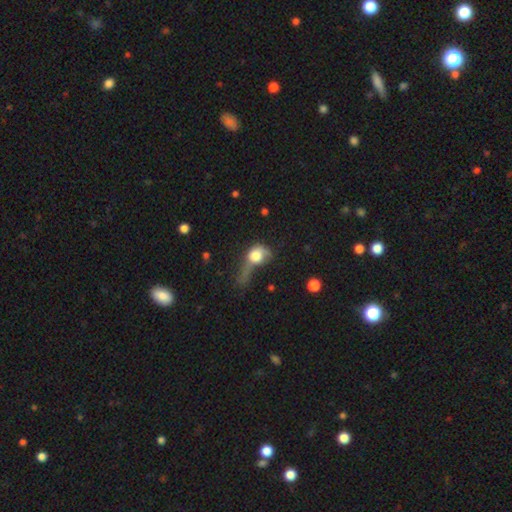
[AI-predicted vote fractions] Q: Smooth or featured?
A: smooth (68%); runner-up: featured or disk (22%)
Q: How rounded?
A: round (50%); runner-up: in between (46%)
Q: Merging?
A: major disturbance (51%); runner-up: merger (18%)